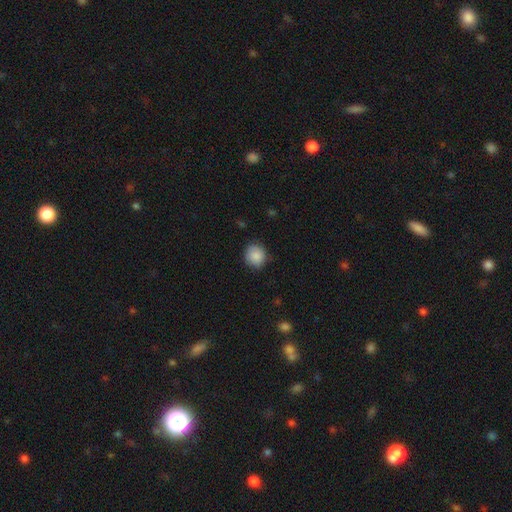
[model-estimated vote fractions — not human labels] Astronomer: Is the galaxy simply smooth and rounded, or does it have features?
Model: smooth — 87%.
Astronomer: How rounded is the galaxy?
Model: round — 83%.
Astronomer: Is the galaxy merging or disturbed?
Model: none — 81%.